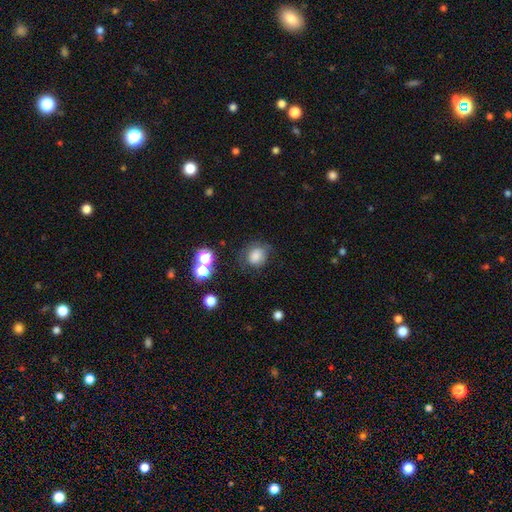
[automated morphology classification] This is likely a smooth galaxy (74%). How rounded: likely round (70%). Merging: likely none (62%).